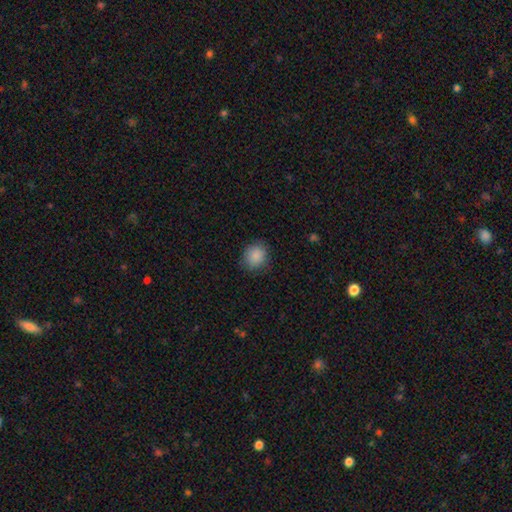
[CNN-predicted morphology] type=smooth (88%); roundness=round (78%); merging=none (84%).